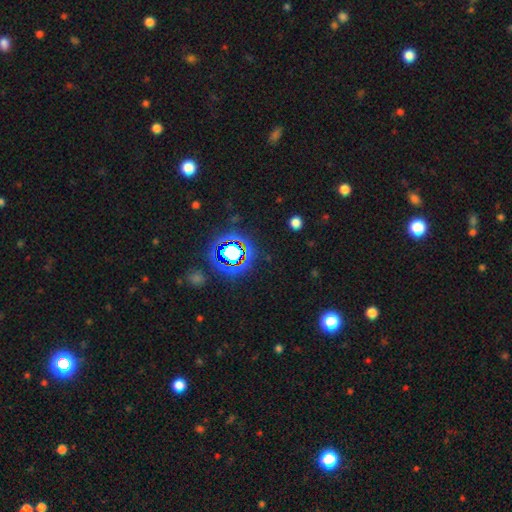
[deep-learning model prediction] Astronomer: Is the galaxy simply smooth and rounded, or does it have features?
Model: star or artifact — 79%.